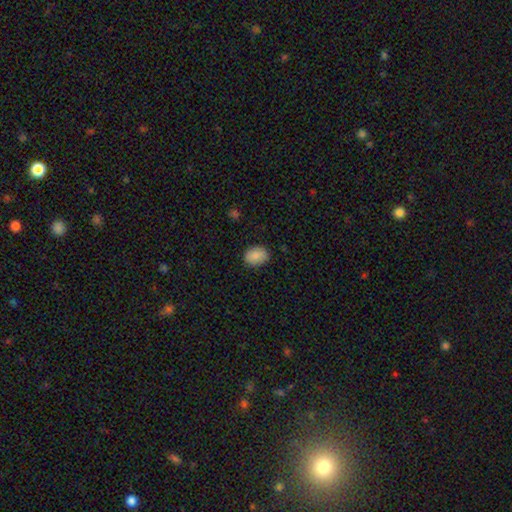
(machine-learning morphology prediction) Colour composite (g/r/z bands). It shows a smooth galaxy with no disk features (87%) that is in between round and cigar-shaped (67%). Merging: none (84%).